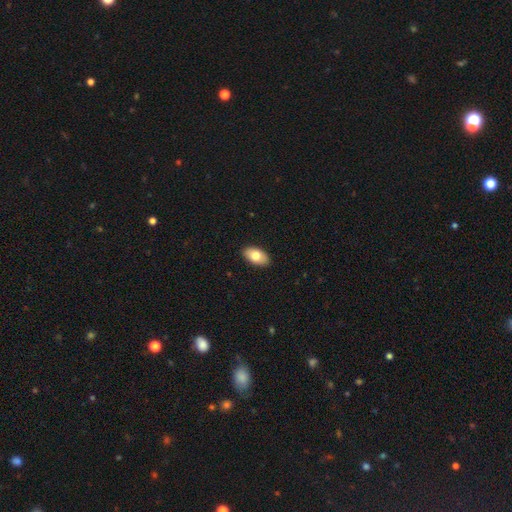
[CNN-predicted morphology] Smooth or featured?
  - smooth: 78% *
  - featured or disk: 16%
  - star or artifact: 6%
How rounded?
  - in between: 94% *
  - round: 4%
  - cigar-shaped: 2%
Merging?
  - none: 89% *
  - minor disturbance: 8%
  - major disturbance: 2%
  - merger: 1%